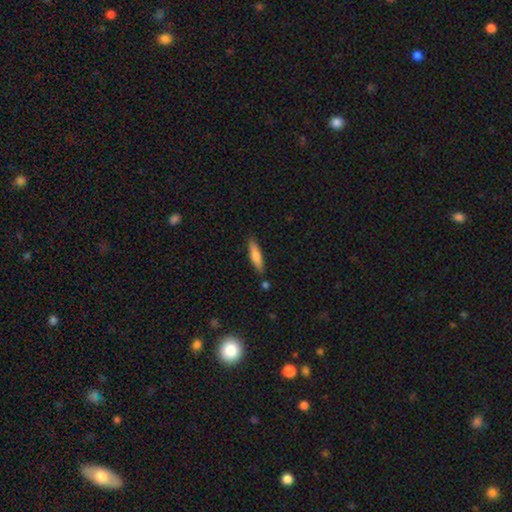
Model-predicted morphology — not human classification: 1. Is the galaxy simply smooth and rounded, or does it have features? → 72% smooth, 22% featured or disk, 6% star or artifact.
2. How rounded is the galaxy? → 75% cigar-shaped, 23% in between, 2% round.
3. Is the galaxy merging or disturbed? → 82% none, 11% minor disturbance, 4% merger, 2% major disturbance.